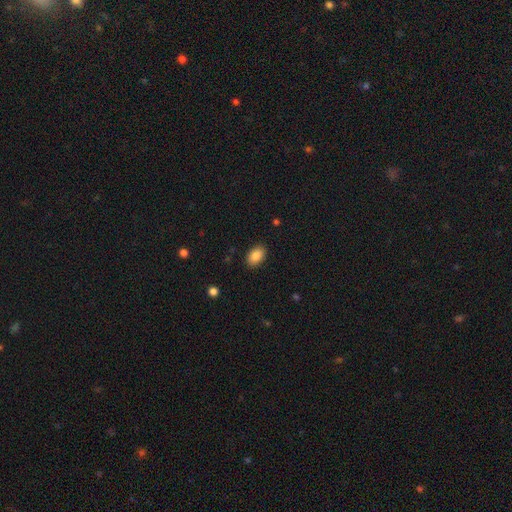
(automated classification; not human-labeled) smooth_or_featured: smooth (p=0.87) [alt: star or artifact p=0.08]
how_rounded: in between (p=0.90) [alt: round p=0.09]
merging: none (p=0.88) [alt: minor disturbance p=0.09]